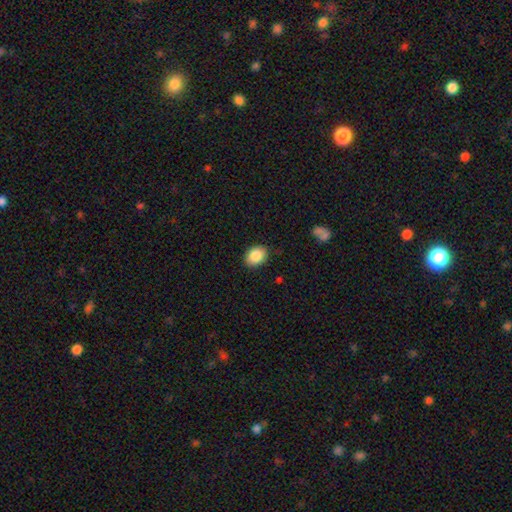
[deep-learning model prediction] Q: Smooth or featured?
A: smooth (87%); runner-up: star or artifact (8%)
Q: How rounded?
A: in between (67%); runner-up: round (32%)
Q: Merging?
A: none (87%); runner-up: minor disturbance (9%)